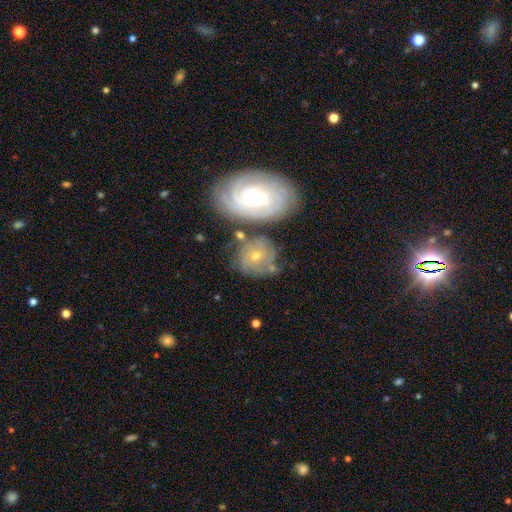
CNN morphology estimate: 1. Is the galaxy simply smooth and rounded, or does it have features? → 65% featured or disk, 26% smooth, 9% star or artifact.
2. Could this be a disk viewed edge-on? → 95% no, 5% yes.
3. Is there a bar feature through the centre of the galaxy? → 70% no, 25% weak, 5% strong.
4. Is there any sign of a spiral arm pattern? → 89% yes, 11% no.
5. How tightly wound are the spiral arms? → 71% tight, 23% medium, 6% loose.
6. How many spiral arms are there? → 40% can't tell, 23% 3, 15% 2, 12% 4, 5% more than 4, 4% 1.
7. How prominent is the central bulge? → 50% small, 45% moderate, 2% large, 2% none, 1% dominant.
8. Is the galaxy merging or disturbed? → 62% none, 17% merger, 15% minor disturbance, 6% major disturbance.